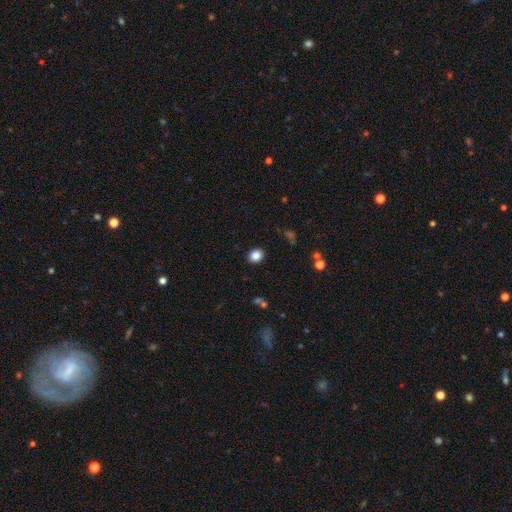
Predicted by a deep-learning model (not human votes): Morphology: type=smooth (85%); roundness=round (72%); merging=none (90%).